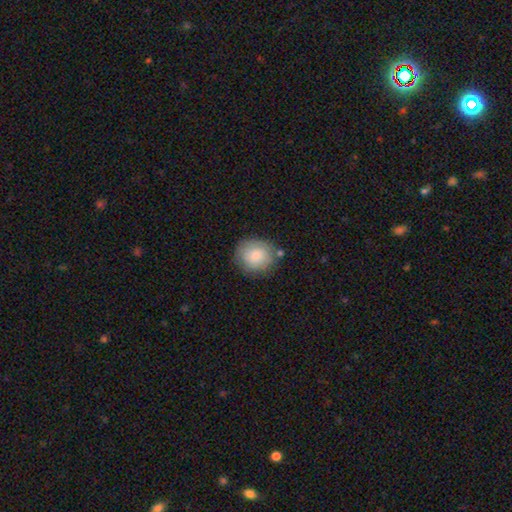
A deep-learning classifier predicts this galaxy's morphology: smooth_or_featured: smooth (p=0.82) [alt: featured or disk p=0.11]
how_rounded: round (p=0.81) [alt: in between p=0.18]
merging: none (p=0.76) [alt: minor disturbance p=0.15]